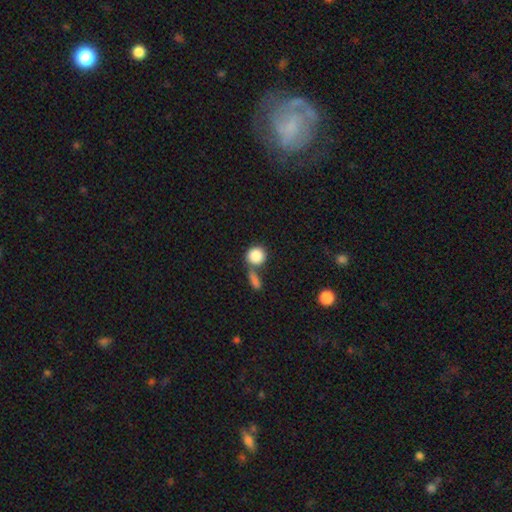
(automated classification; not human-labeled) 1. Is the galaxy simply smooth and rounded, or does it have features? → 86% smooth, 8% star or artifact, 6% featured or disk.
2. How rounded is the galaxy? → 88% round, 10% in between, 2% cigar-shaped.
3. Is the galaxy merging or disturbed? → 55% none, 29% merger, 11% minor disturbance, 5% major disturbance.